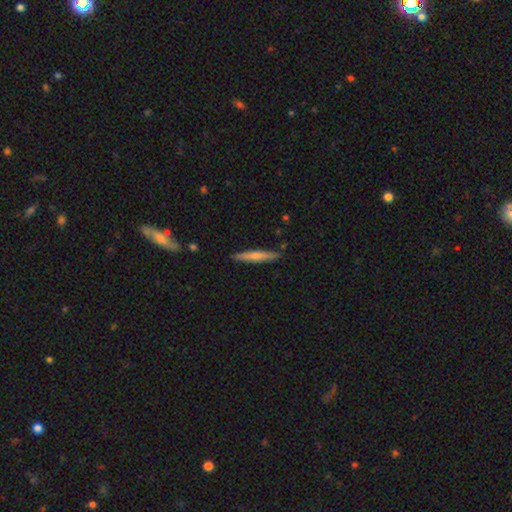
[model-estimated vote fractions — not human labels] Q: Smooth or featured?
A: smooth (56%); runner-up: featured or disk (38%)
Q: How rounded?
A: cigar-shaped (94%); runner-up: in between (5%)
Q: Merging?
A: none (88%); runner-up: minor disturbance (9%)